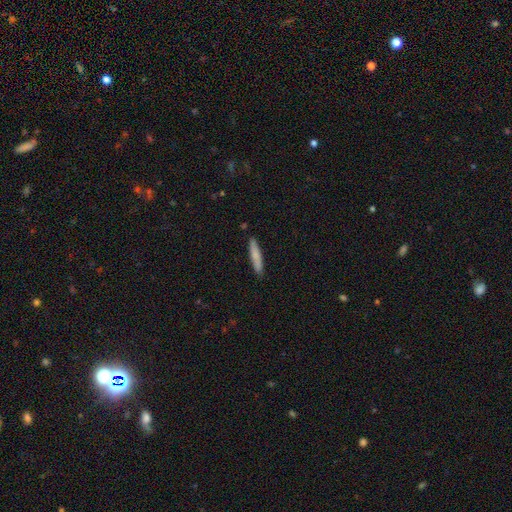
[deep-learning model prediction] smooth 77%, featured or disk 17%, star or artifact 6%. Down the decision tree: how rounded — cigar-shaped (90%); merging — none (88%).